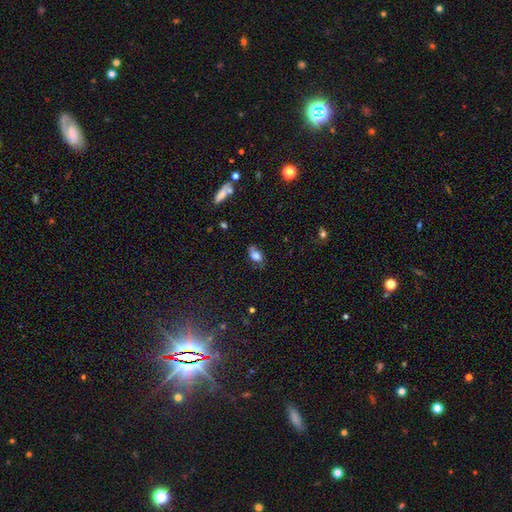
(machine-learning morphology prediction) A smooth galaxy with no disk features (67%) that is in between round and cigar-shaped (87%).

Vote fractions:
- Smooth or featured? smooth: 67% / featured or disk: 23% / star or artifact: 10%
- How rounded? in between: 87% / round: 9% / cigar-shaped: 4%
- Merging? none: 61% / minor disturbance: 28% / major disturbance: 8% / merger: 3%